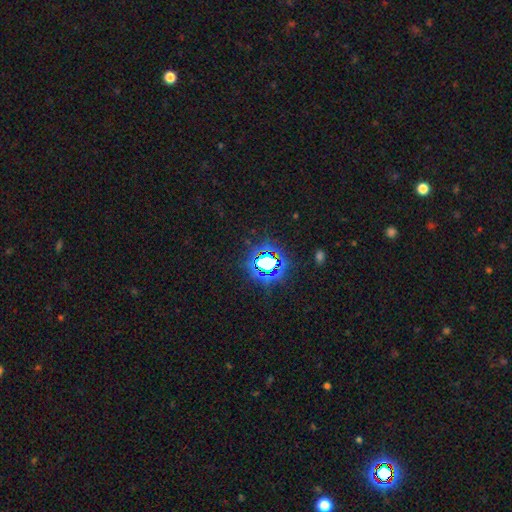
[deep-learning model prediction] Morphology: type=star or artifact (78%).